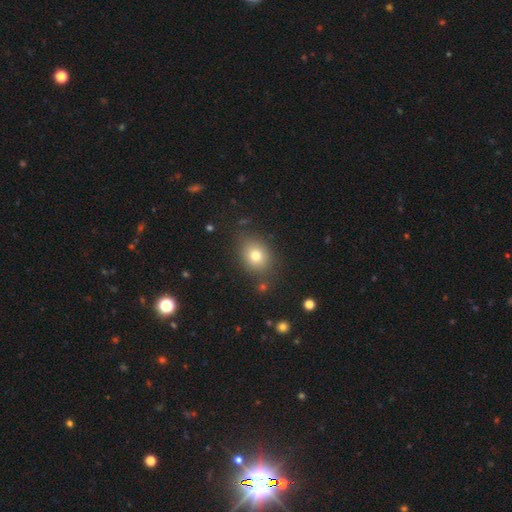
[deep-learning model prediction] smooth-or-featured: smooth: 77% | star or artifact: 13% | featured or disk: 10%
  how-rounded: round: 54% | in between: 45% | cigar-shaped: 1%
  merging: none: 81% | minor disturbance: 12% | major disturbance: 4% | merger: 3%